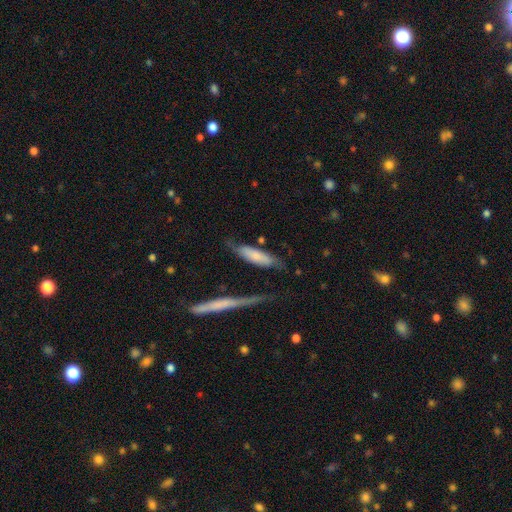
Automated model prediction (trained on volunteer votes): Smooth or featured: smooth — 56% (featured or disk — 37%)
How rounded: cigar-shaped — 60% (in between — 38%)
Merging: none — 56% (minor disturbance — 22%)